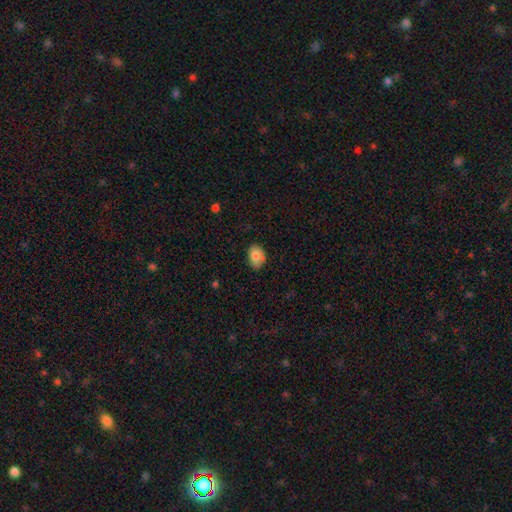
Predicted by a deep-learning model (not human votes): smooth-or-featured: smooth: 81% | featured or disk: 11% | star or artifact: 8%
  how-rounded: in between: 75% | round: 24% | cigar-shaped: 1%
  merging: none: 75% | minor disturbance: 21% | major disturbance: 3% | merger: 1%